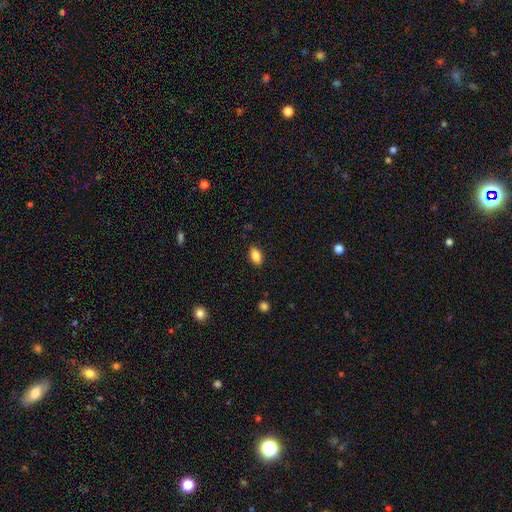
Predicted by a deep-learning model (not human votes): Smooth or featured: smooth — 84% (star or artifact — 8%)
How rounded: in between — 90% (round — 5%)
Merging: none — 87% (minor disturbance — 9%)